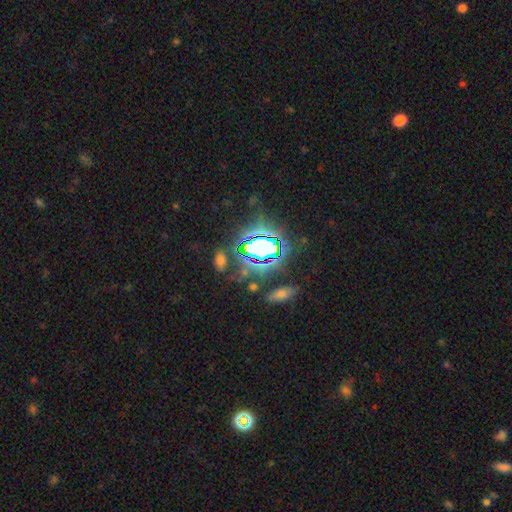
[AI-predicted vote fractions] star or artifact 77%, smooth 13%, featured or disk 10%.